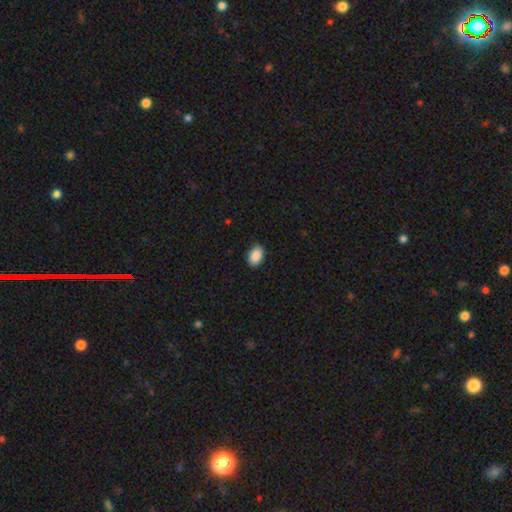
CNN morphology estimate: smooth-or-featured: smooth: 90% | star or artifact: 7% | featured or disk: 3%
  how-rounded: in between: 86% | round: 13% | cigar-shaped: 1%
  merging: none: 87% | minor disturbance: 10% | major disturbance: 2% | merger: 1%